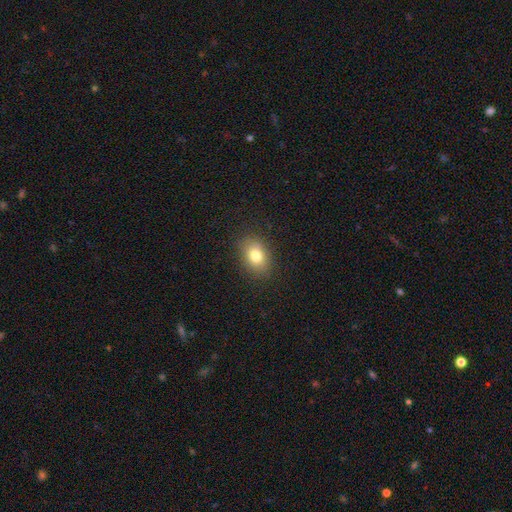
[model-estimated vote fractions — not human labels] A smooth galaxy with no disk features (80%) that is in between round and cigar-shaped (73%).

Vote fractions:
- Smooth or featured? smooth: 80% / star or artifact: 10% / featured or disk: 10%
- How rounded? in between: 73% / round: 26% / cigar-shaped: 1%
- Merging? none: 86% / minor disturbance: 10% / major disturbance: 3% / merger: 1%